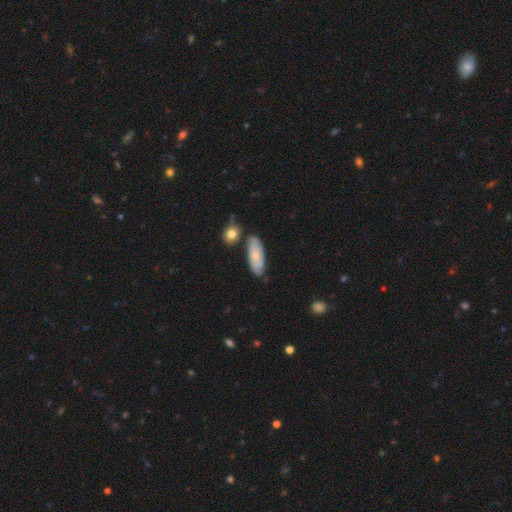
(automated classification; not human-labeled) smooth_or_featured: smooth (p=0.64) [alt: featured or disk p=0.30]
how_rounded: in between (p=0.76) [alt: cigar-shaped p=0.22]
merging: none (p=0.71) [alt: minor disturbance p=0.18]